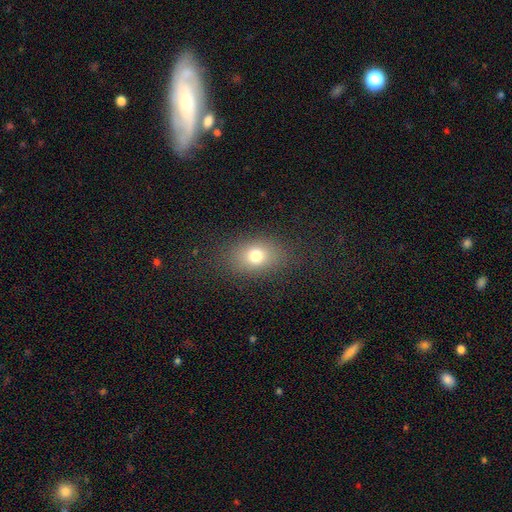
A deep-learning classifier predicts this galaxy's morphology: The model was most divided on "how rounded": in between: 69%, round: 29%, cigar-shaped: 2%. More confident: merging — none (83%); smooth or featured — smooth (75%).